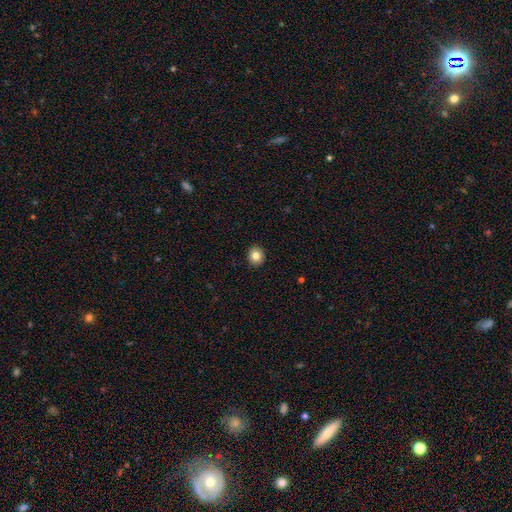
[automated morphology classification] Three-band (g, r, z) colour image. It shows a smooth galaxy with no disk features (83%) that is round (85%). Merging: none (92%).